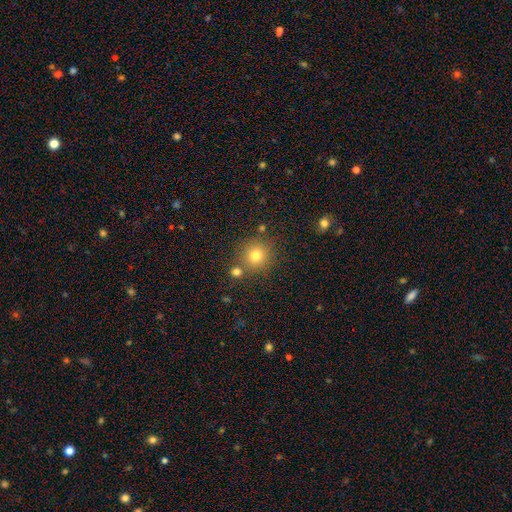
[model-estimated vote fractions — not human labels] Smooth or featured? smooth (77%)
How rounded? round (92%)
Merging? none (77%)